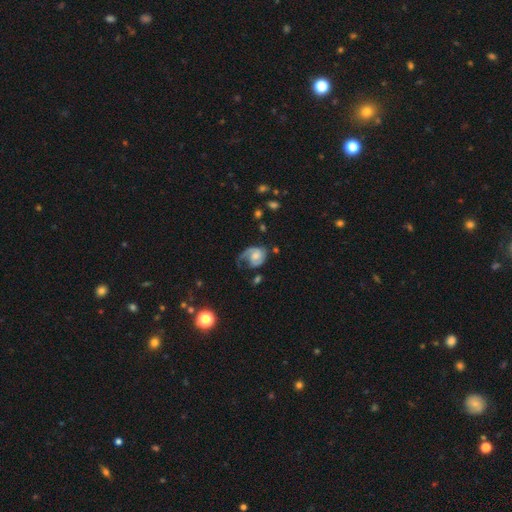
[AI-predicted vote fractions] smooth-or-featured: featured or disk: 74% | smooth: 19% | star or artifact: 7%
  disk-edge-on: no: 98% | yes: 2%
    bar: no: 62% | weak: 32% | strong: 6%
    has-spiral-arms: yes: 92% | no: 8%
      spiral-winding: medium: 41% | tight: 35% | loose: 25%
      spiral-arm-count: 1: 47% | 2: 42% | can't tell: 7% | 3: 2% | 4: 1% | more than 4: 1%
    bulge-size: moderate: 44% | small: 33% | none: 11% | large: 10% | dominant: 2%
  merging: none: 39% | major disturbance: 33% | minor disturbance: 25% | merger: 4%